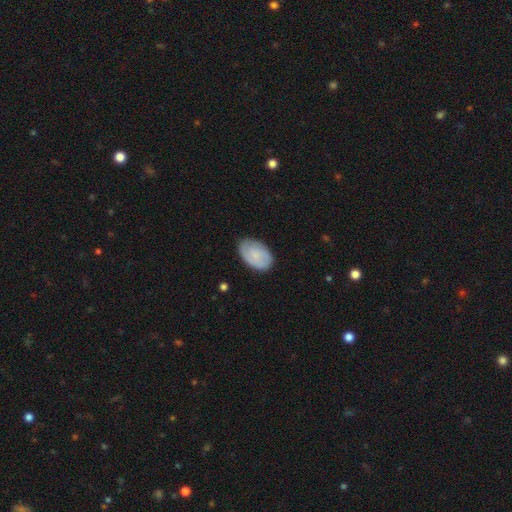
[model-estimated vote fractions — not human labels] Smooth or featured?
  - smooth: 65% *
  - featured or disk: 28%
  - star or artifact: 6%
How rounded?
  - in between: 90% *
  - round: 9%
  - cigar-shaped: 1%
Merging?
  - none: 79% *
  - minor disturbance: 17%
  - major disturbance: 3%
  - merger: 1%